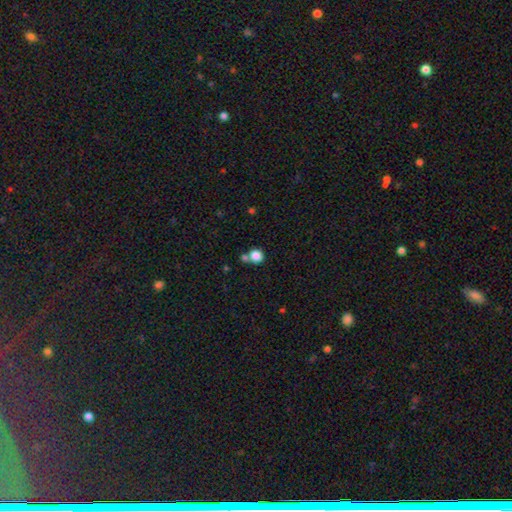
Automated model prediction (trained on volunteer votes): A smooth galaxy with no disk features (84%) that is round (86%). Merging: none (57%).